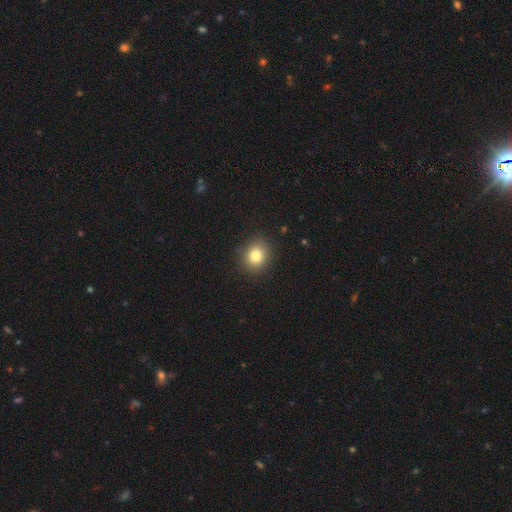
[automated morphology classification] Smooth or featured? Predicted: smooth (p=0.82). How rounded? Predicted: round (p=0.76). Merging? Predicted: none (p=0.89).